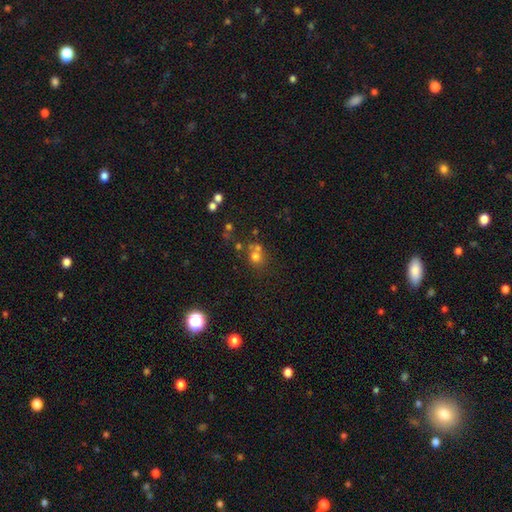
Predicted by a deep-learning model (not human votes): smooth 66%, star or artifact 21%, featured or disk 13%. Down the decision tree: how rounded — round (82%); merging — none (50%).